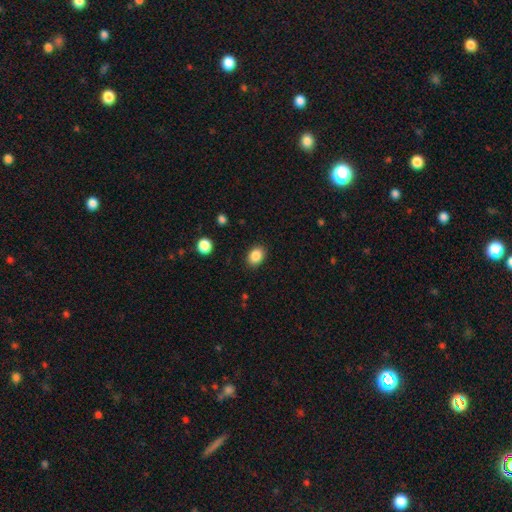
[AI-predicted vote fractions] smooth_or_featured: smooth (p=0.87) [alt: star or artifact p=0.09]
how_rounded: in between (p=0.69) [alt: round p=0.30]
merging: none (p=0.88) [alt: minor disturbance p=0.08]